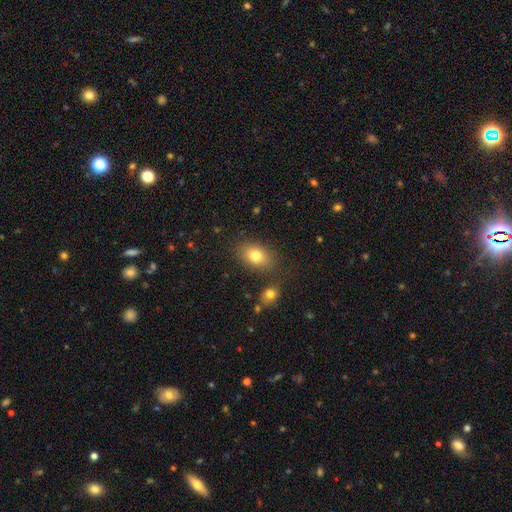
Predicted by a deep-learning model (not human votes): smooth 79%, featured or disk 11%, star or artifact 10%. Down the decision tree: how rounded — in between (80%); merging — none (77%).